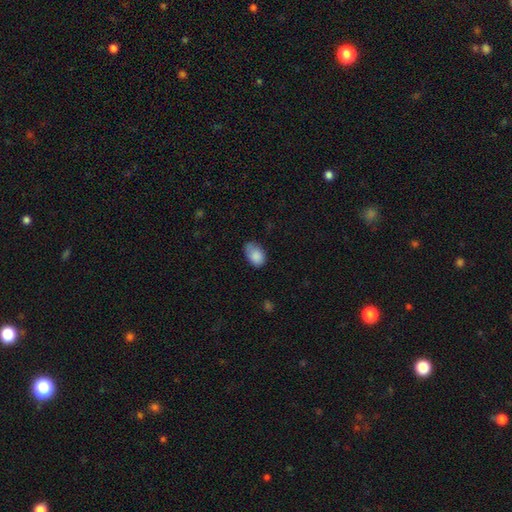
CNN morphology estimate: The model was most divided on "merging": none: 53%, minor disturbance: 37%, major disturbance: 8%, merger: 2%. More confident: how rounded — in between (86%); smooth or featured — smooth (86%).